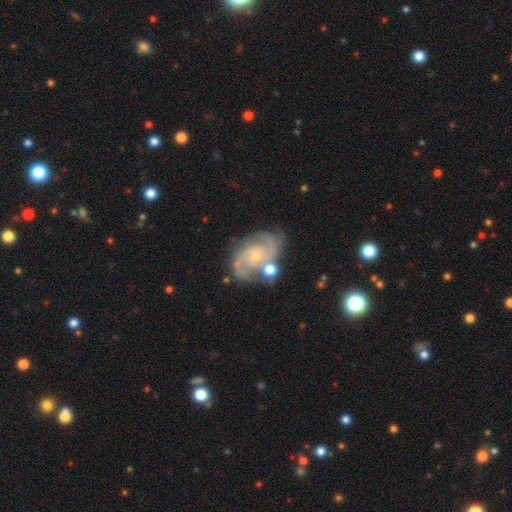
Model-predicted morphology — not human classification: Smooth or featured? featured or disk (89%)
Edge-on disk? no (98%)
Bar? no (67%)
Spiral arms? yes (97%)
Spiral winding? medium (51%)
Spiral arm count? 2 (77%)
Bulge size? small (76%)
Merging? none (67%)